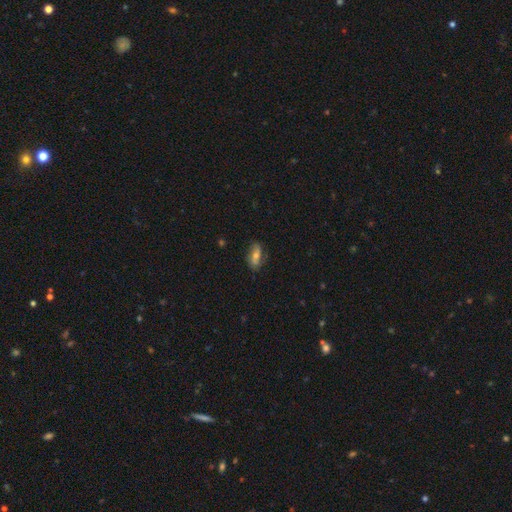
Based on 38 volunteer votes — Volunteers were most divided on "spiral arm count": 2: 42%, can't tell: 33%, 1: 17%, 3: 8%, 4: 0%, more than 4: 0%. More confident: spiral arms — yes (80%); edge-on disk — no (71%); merging — none (69%); bulge size — small (60%); smooth or featured — featured or disk (55%); bar — no (53%); spiral winding — loose (50%).